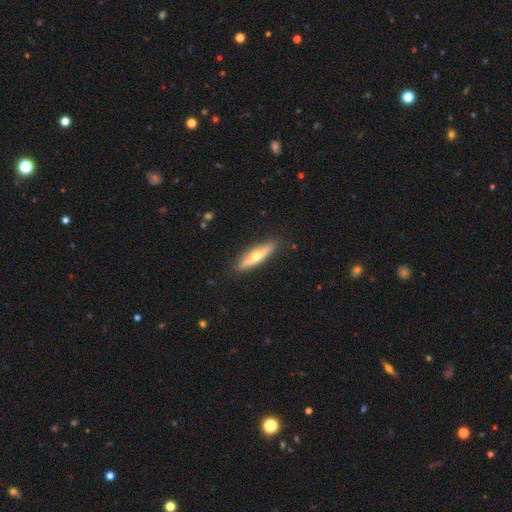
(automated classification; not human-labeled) Overall: featured or disk (60%; smooth 34%). Edge-on disk: yes (93%). Edge-on bulge: rounded (93%). Merging: none (89%).